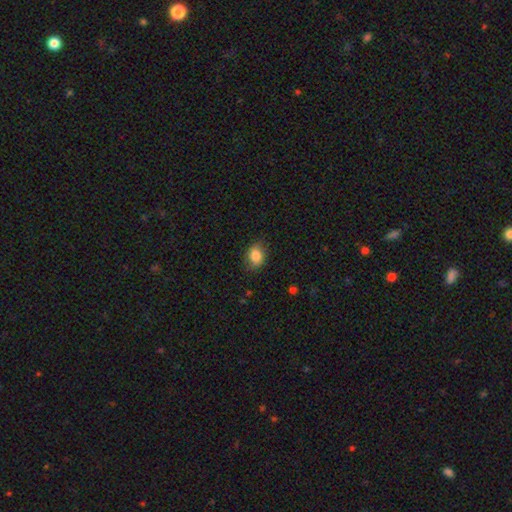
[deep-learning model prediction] A smooth galaxy with no disk features (85%) that is in between round and cigar-shaped (67%). Merging: none (80%).